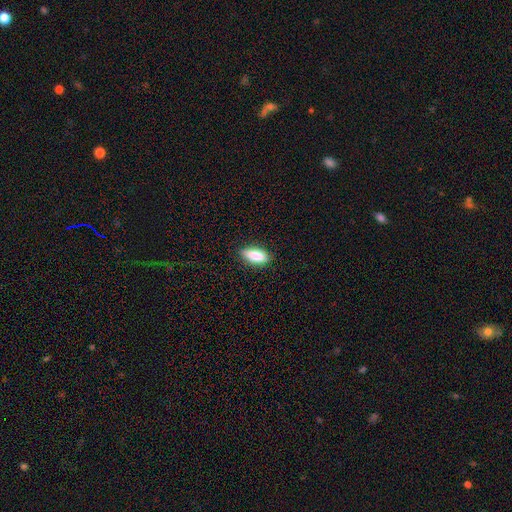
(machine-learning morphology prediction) A smooth galaxy with no disk features (85%) that is in between round and cigar-shaped (78%). Merging: none (85%).